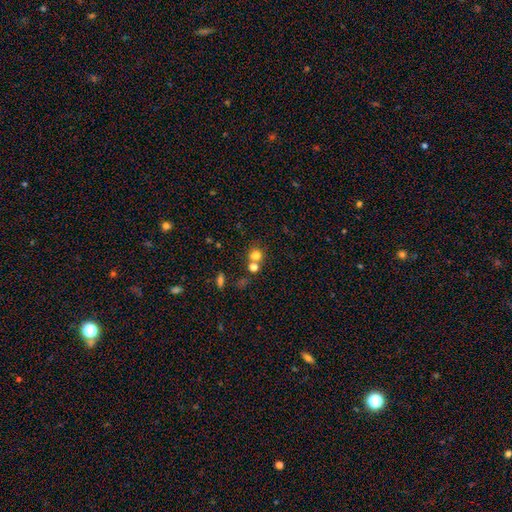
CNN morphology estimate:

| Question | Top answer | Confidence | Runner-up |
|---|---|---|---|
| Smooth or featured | smooth | 76% | star or artifact (15%) |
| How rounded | round | 84% | in between (15%) |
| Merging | none | 53% | merger (35%) |